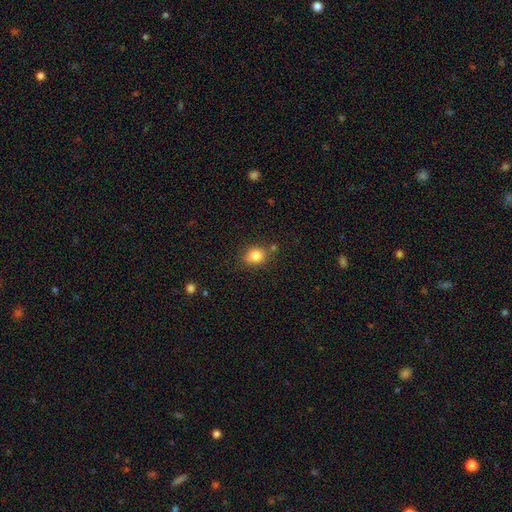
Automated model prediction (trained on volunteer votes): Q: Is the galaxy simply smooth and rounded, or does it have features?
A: smooth — 83%.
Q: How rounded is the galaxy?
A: round — 62%.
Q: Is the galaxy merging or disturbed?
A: none — 73%.